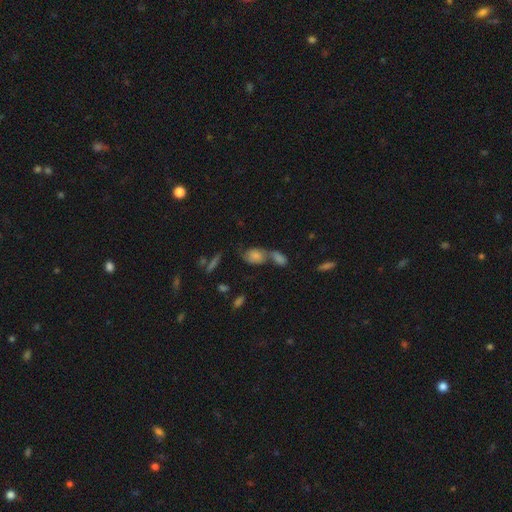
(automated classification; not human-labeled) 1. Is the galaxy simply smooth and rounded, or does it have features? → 55% smooth, 29% featured or disk, 15% star or artifact.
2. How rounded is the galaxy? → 73% in between, 22% round, 5% cigar-shaped.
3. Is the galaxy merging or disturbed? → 51% merger, 30% none, 11% minor disturbance, 8% major disturbance.